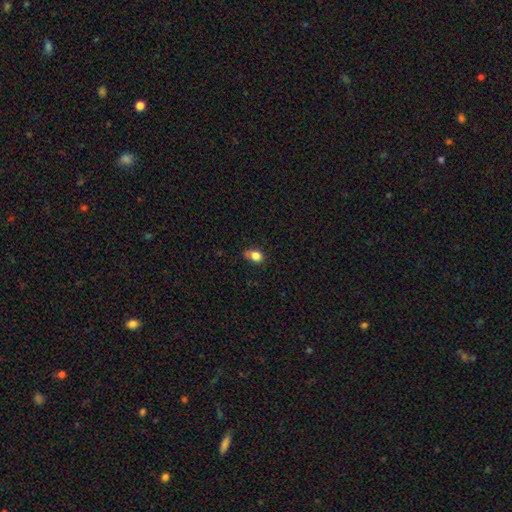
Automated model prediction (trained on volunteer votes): Smooth or featured: smooth — 83% (star or artifact — 10%)
How rounded: in between — 68% (round — 30%)
Merging: none — 60% (minor disturbance — 32%)